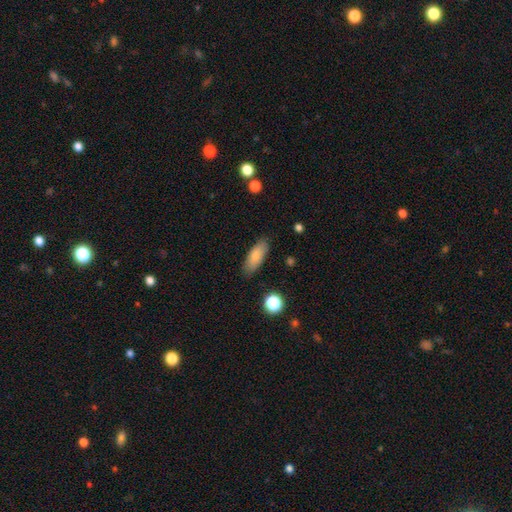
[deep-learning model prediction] Smooth or featured?
  - smooth: 81% *
  - featured or disk: 11%
  - star or artifact: 7%
How rounded?
  - in between: 74% *
  - cigar-shaped: 24%
  - round: 3%
Merging?
  - none: 84% *
  - minor disturbance: 12%
  - major disturbance: 3%
  - merger: 2%